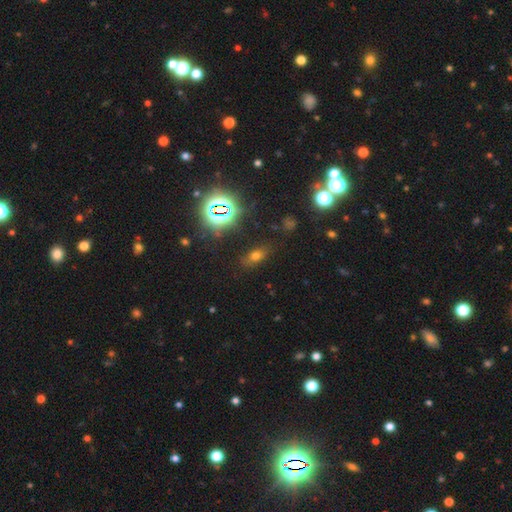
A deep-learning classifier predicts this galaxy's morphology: Q: Smooth or featured?
A: smooth (58%); runner-up: star or artifact (30%)
Q: How rounded?
A: in between (75%); runner-up: round (14%)
Q: Merging?
A: none (79%); runner-up: minor disturbance (13%)